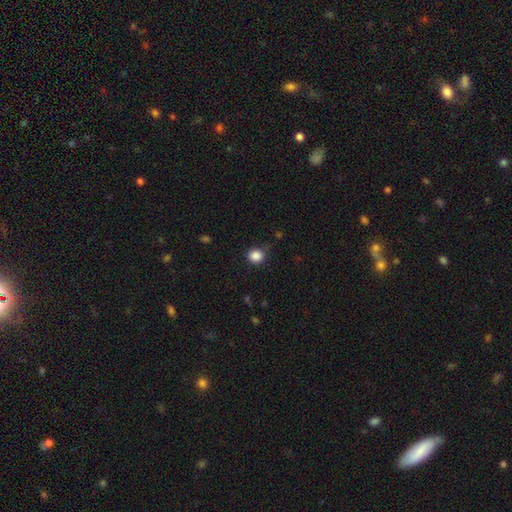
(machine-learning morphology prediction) Smooth or featured? smooth (86%)
How rounded? round (80%)
Merging? none (79%)